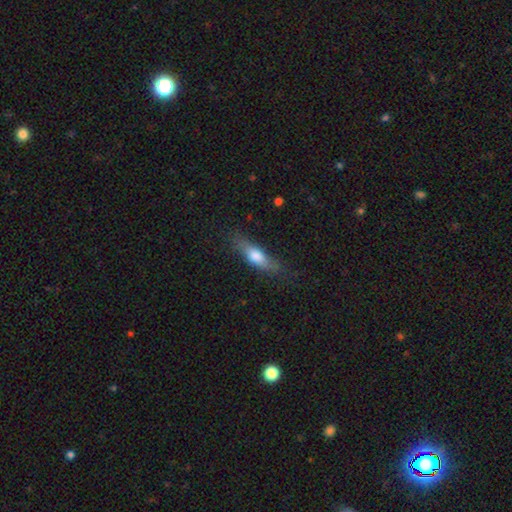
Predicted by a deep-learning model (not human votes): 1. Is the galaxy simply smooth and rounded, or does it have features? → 65% smooth, 28% featured or disk, 7% star or artifact.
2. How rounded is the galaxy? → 50% cigar-shaped, 47% in between, 3% round.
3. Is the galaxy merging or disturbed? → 71% none, 21% minor disturbance, 7% major disturbance, 2% merger.